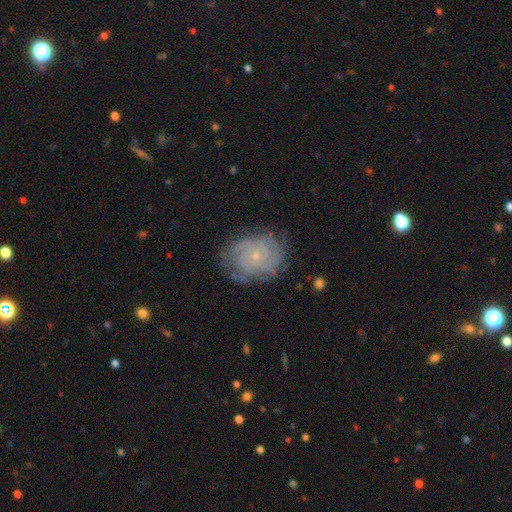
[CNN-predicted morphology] smooth-or-featured: featured or disk: 69% | smooth: 22% | star or artifact: 9%
  disk-edge-on: no: 97% | yes: 3%
    bar: no: 84% | weak: 14% | strong: 2%
    has-spiral-arms: yes: 87% | no: 13%
      spiral-winding: tight: 69% | medium: 24% | loose: 7%
      spiral-arm-count: can't tell: 50% | 4: 13% | 2: 12% | 3: 12% | more than 4: 8% | 1: 6%
    bulge-size: small: 84% | moderate: 11% | none: 3% | large: 1% | dominant: 1%
  merging: none: 73% | minor disturbance: 19% | major disturbance: 7% | merger: 1%